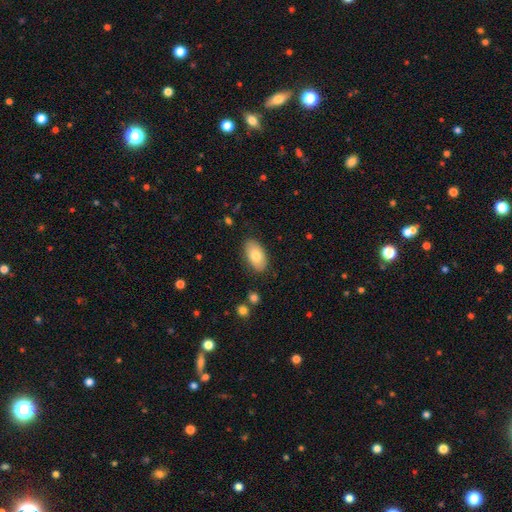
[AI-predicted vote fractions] Smooth or featured: smooth — 78% (featured or disk — 16%)
How rounded: in between — 94% (round — 4%)
Merging: none — 84% (minor disturbance — 12%)